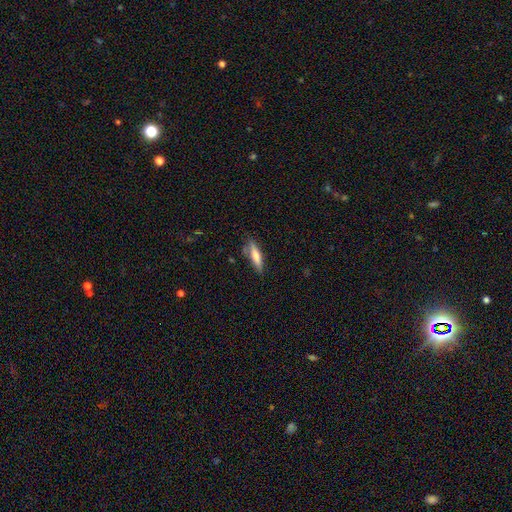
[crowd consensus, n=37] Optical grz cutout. It shows a smooth galaxy with no disk features (57%) that is cigar-shaped (81%). Merging: none (66%).